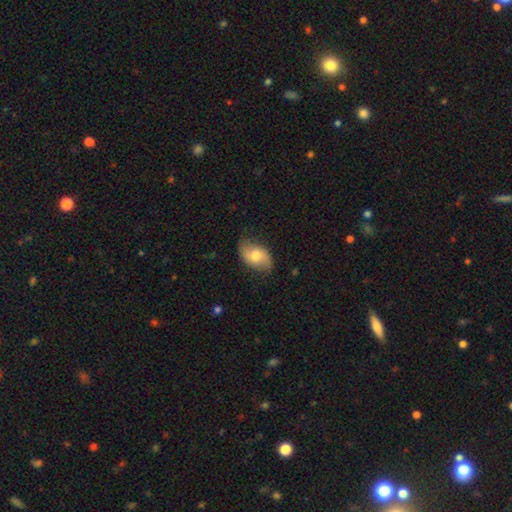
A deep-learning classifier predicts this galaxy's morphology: Smooth or featured?
  - smooth: 54% *
  - featured or disk: 40%
  - star or artifact: 6%
How rounded?
  - in between: 90% *
  - round: 9%
  - cigar-shaped: 2%
Merging?
  - none: 74% *
  - minor disturbance: 20%
  - major disturbance: 5%
  - merger: 1%